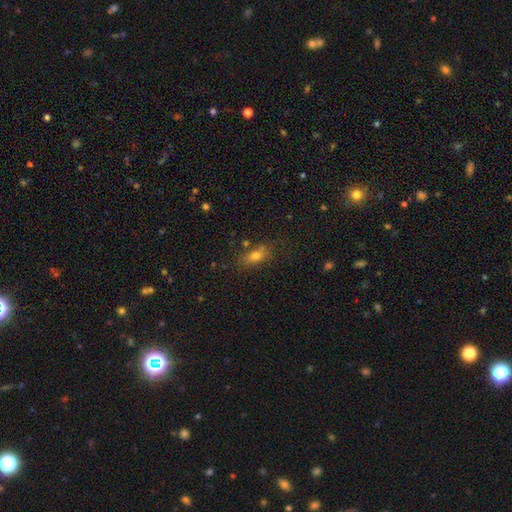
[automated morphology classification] smooth_or_featured: smooth (p=0.69) [alt: star or artifact p=0.16]
how_rounded: in between (p=0.71) [alt: cigar-shaped p=0.15]
merging: none (p=0.72) [alt: minor disturbance p=0.16]